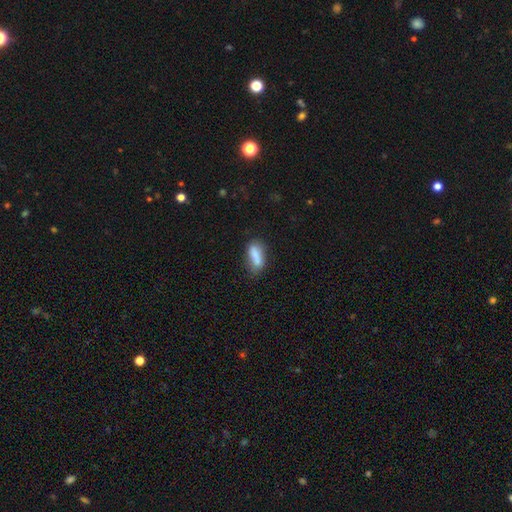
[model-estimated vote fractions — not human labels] Smooth or featured: smooth — 79% (featured or disk — 12%)
How rounded: in between — 63% (cigar-shaped — 34%)
Merging: none — 59% (minor disturbance — 24%)